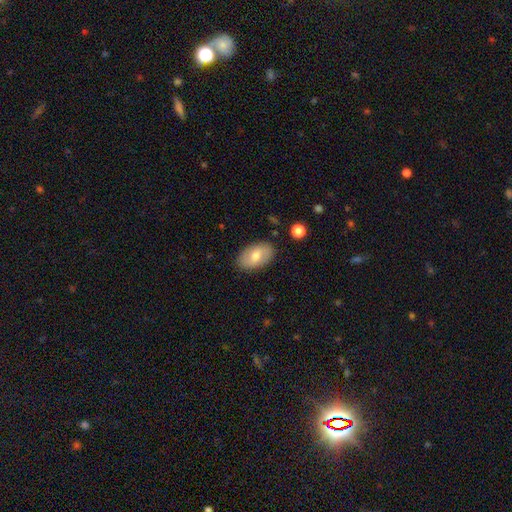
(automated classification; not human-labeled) Smooth or featured? Predicted: smooth (p=0.67). How rounded? Predicted: in between (p=0.92). Merging? Predicted: none (p=0.86).